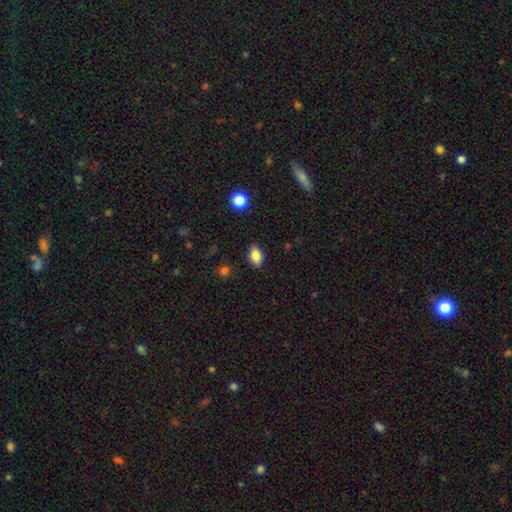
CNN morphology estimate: Overall: smooth (82%). How rounded: in between (84%). Merging: none (86%).